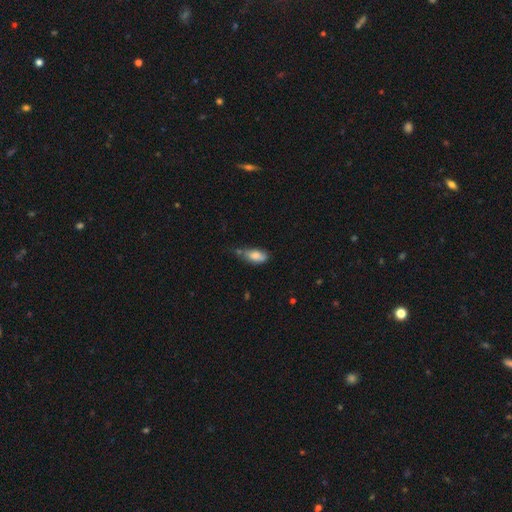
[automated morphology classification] smooth-or-featured: smooth: 80% | featured or disk: 12% | star or artifact: 8%
  how-rounded: in between: 85% | cigar-shaped: 12% | round: 3%
  merging: minor disturbance: 39% | none: 38% | major disturbance: 13% | merger: 10%